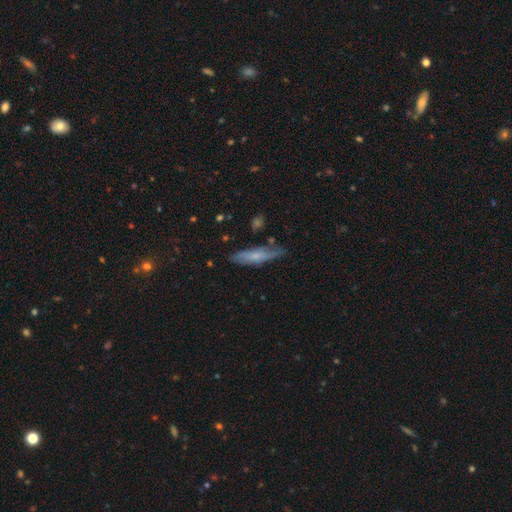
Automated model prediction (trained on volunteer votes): This appears to be a smooth galaxy with no disk features (56%) that is cigar-shaped (78%). Merging: none (73%).